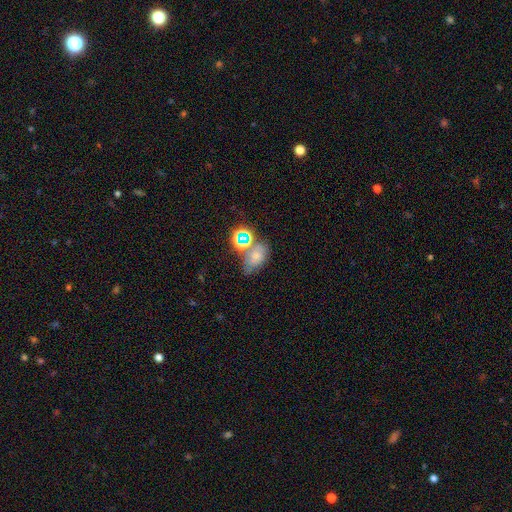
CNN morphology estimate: smooth_or_featured: smooth (p=0.52) [alt: star or artifact p=0.26]
how_rounded: in between (p=0.73) [alt: round p=0.25]
merging: none (p=0.42) [alt: merger p=0.26]